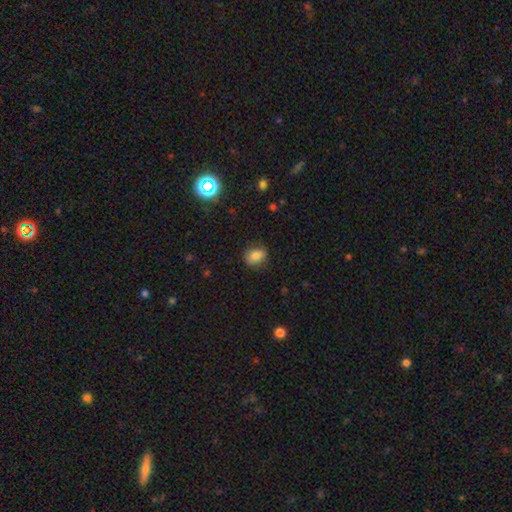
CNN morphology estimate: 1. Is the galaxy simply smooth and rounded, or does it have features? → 79% smooth, 12% star or artifact, 9% featured or disk.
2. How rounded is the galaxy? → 50% in between, 49% round, 1% cigar-shaped.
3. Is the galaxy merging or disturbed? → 83% none, 13% minor disturbance, 3% major disturbance, 1% merger.